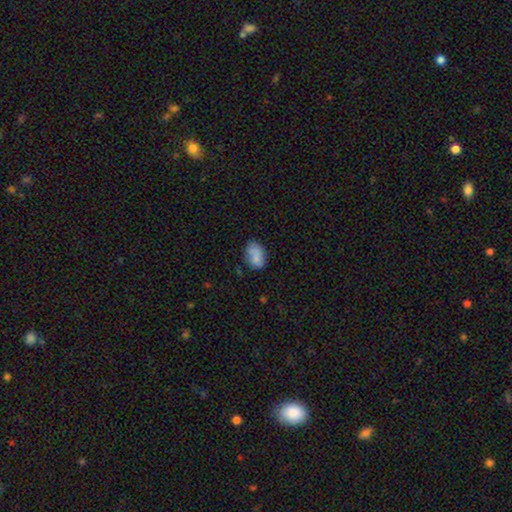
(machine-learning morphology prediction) A smooth galaxy with no disk features (78%) that is in between round and cigar-shaped (84%).

Vote fractions:
- Smooth or featured? smooth: 78% / featured or disk: 14% / star or artifact: 8%
- How rounded? in between: 84% / round: 15% / cigar-shaped: 1%
- Merging? none: 63% / minor disturbance: 26% / major disturbance: 6% / merger: 5%